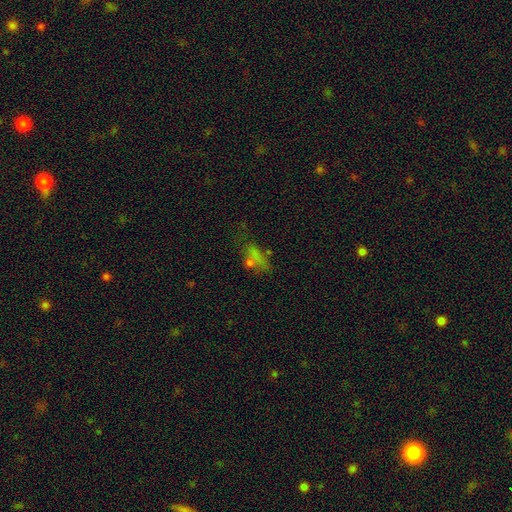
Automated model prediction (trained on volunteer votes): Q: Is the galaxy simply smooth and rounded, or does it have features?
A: smooth — 55%.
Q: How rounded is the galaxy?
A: in between — 78%.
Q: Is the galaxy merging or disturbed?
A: none — 38%.